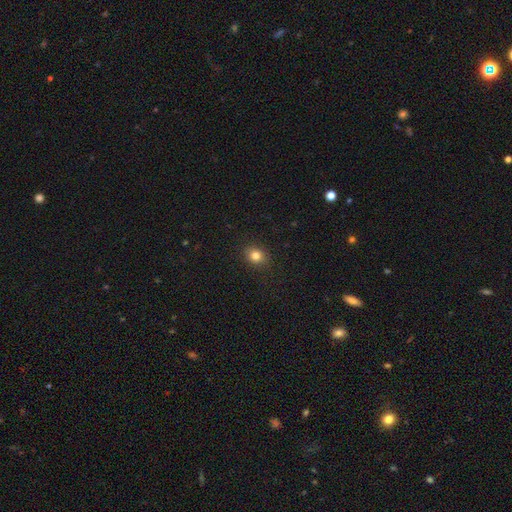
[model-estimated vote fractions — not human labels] A smooth galaxy with no disk features (81%) that is round (64%). Merging: none (90%).